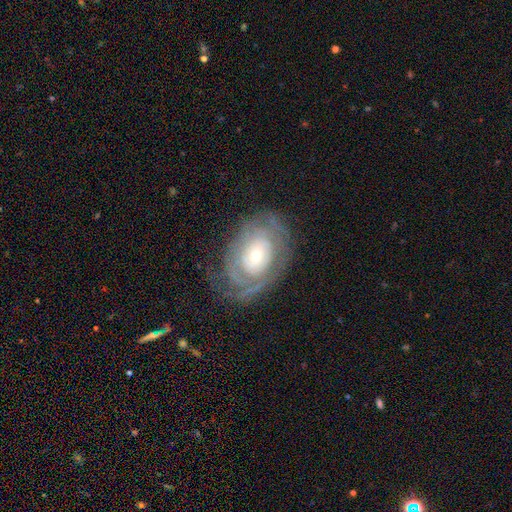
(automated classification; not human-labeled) Morphology: type=featured or disk (74%); edge-on=no (95%); bar=no (76%); spiral arms=yes (76%); winding=tight (73%); arm count=can't tell (54%); bulge=small (54%); merging=none (70%).